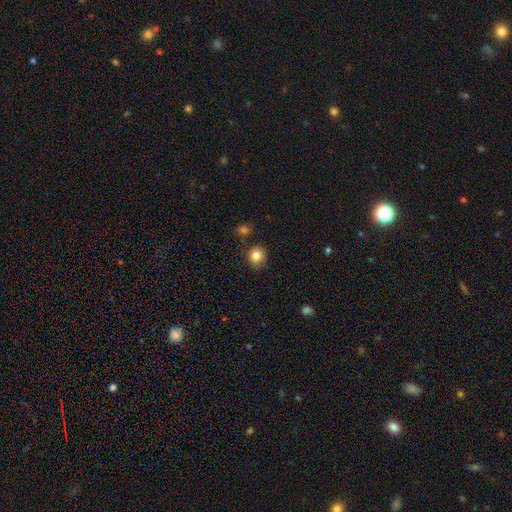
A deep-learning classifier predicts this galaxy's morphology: This is clearly a smooth galaxy (84%). How rounded: clearly round (89%). Merging: clearly none (84%).